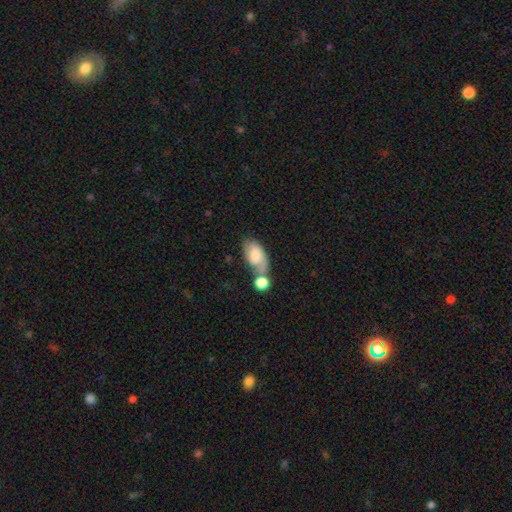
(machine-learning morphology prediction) Q: Smooth or featured?
A: smooth (69%); runner-up: featured or disk (24%)
Q: How rounded?
A: in between (92%); runner-up: round (5%)
Q: Merging?
A: merger (36%); runner-up: none (33%)